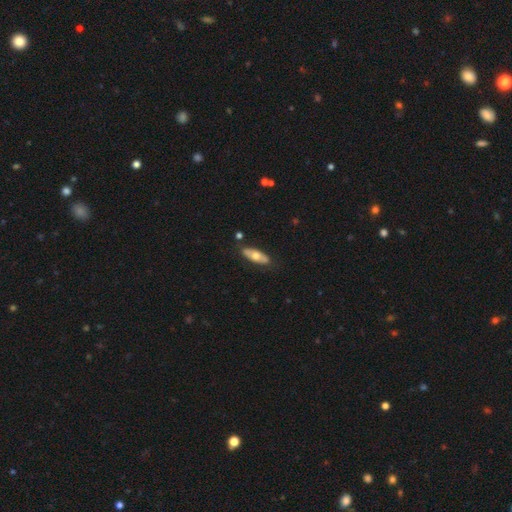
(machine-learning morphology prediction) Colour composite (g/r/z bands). It shows a smooth galaxy with no disk features (56%) that is in between round and cigar-shaped (68%). Merging: none (81%).